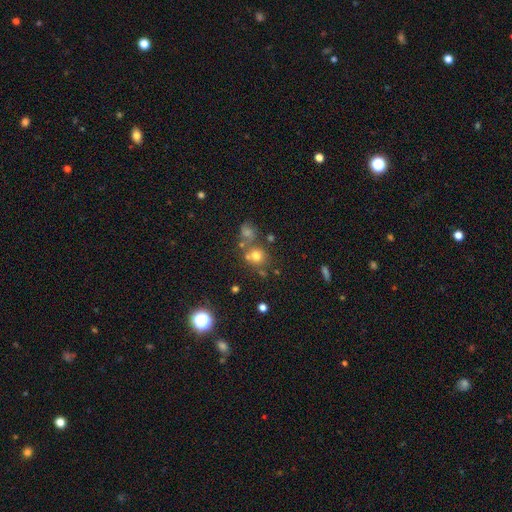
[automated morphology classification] Smooth or featured: smooth — 69% (star or artifact — 19%)
How rounded: round — 84% (in between — 15%)
Merging: none — 61% (merger — 22%)